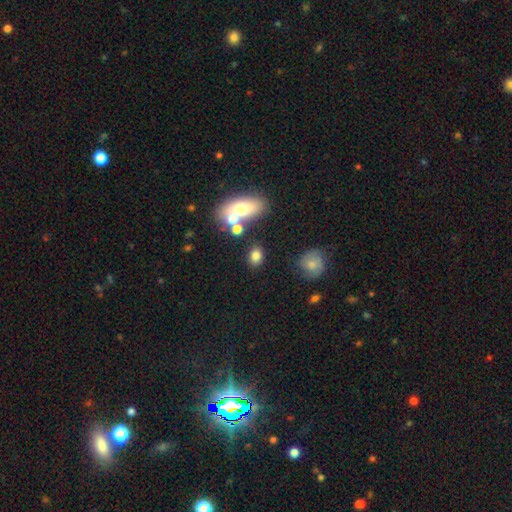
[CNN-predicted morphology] Smooth or featured: smooth — 77% (star or artifact — 13%)
How rounded: in between — 62% (round — 36%)
Merging: none — 72% (merger — 12%)